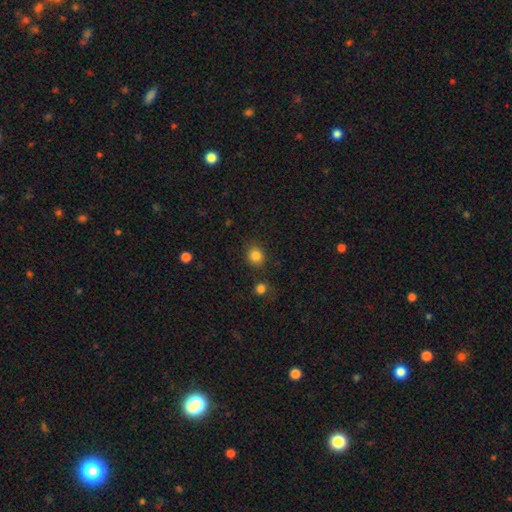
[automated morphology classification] This appears to be a smooth galaxy with no disk features (84%) that is round (81%). Merging: none (83%).